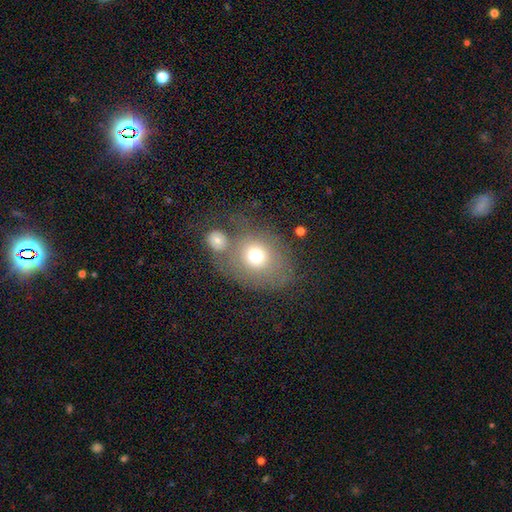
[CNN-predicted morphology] A smooth galaxy with no disk features (65%) that is round (67%).

Vote fractions:
- Smooth or featured? smooth: 65% / featured or disk: 24% / star or artifact: 11%
- How rounded? round: 67% / in between: 32% / cigar-shaped: 1%
- Merging? none: 43% / merger: 28% / minor disturbance: 16% / major disturbance: 13%